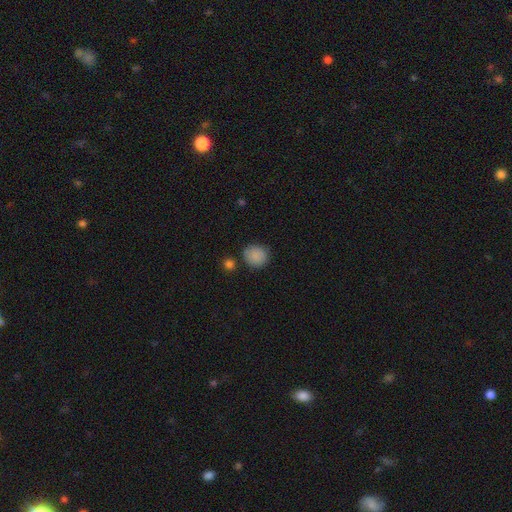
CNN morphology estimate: Smooth or featured?
  - smooth: 87% *
  - star or artifact: 9%
  - featured or disk: 4%
How rounded?
  - round: 83% *
  - in between: 16%
  - cigar-shaped: 1%
Merging?
  - none: 80% *
  - minor disturbance: 11%
  - merger: 5%
  - major disturbance: 3%